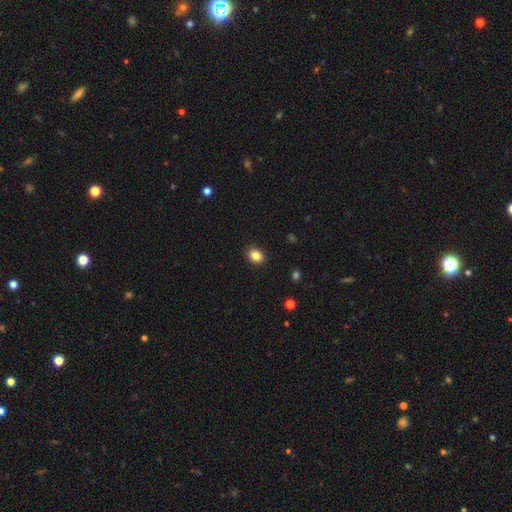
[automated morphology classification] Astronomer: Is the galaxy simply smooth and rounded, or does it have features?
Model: smooth — 85%.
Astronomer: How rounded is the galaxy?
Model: in between — 60% (runner-up: round, 39%).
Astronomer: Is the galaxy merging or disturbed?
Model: none — 89%.